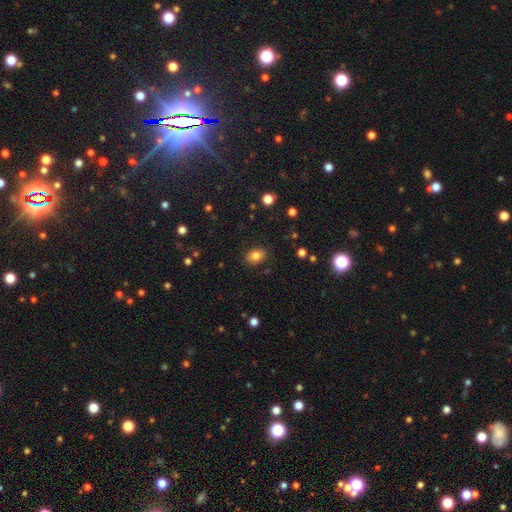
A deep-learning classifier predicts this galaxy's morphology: smooth 81%, star or artifact 10%, featured or disk 9%. Down the decision tree: how rounded — in between (66%); merging — none (86%).